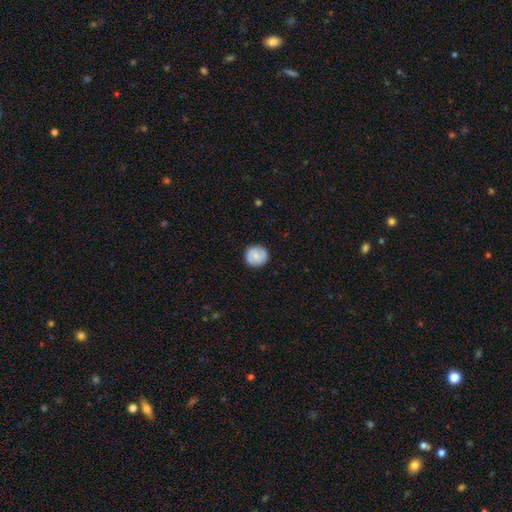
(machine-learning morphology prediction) Smooth or featured? smooth (67%)
How rounded? round (92%)
Merging? none (87%)